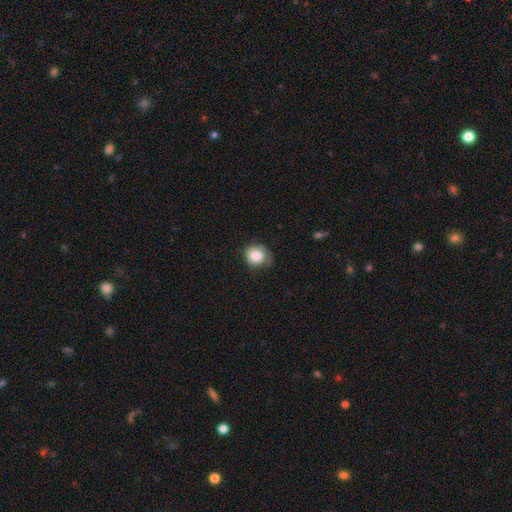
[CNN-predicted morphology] Overall: smooth (84%). How rounded: round (80%). Merging: none (54%; minor disturbance 34%).